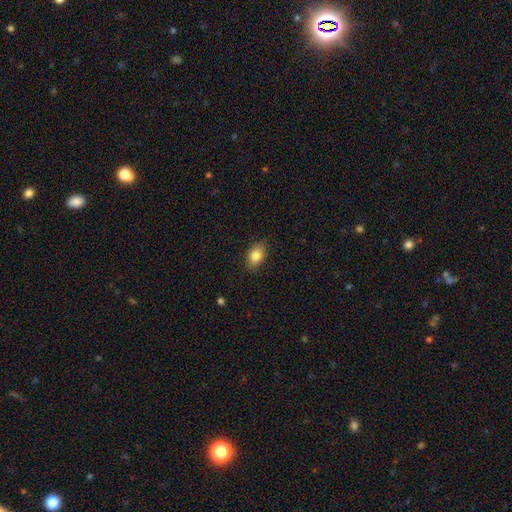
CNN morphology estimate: Smooth or featured? Predicted: smooth (p=0.84). How rounded? Predicted: in between (p=0.85). Merging? Predicted: none (p=0.86).